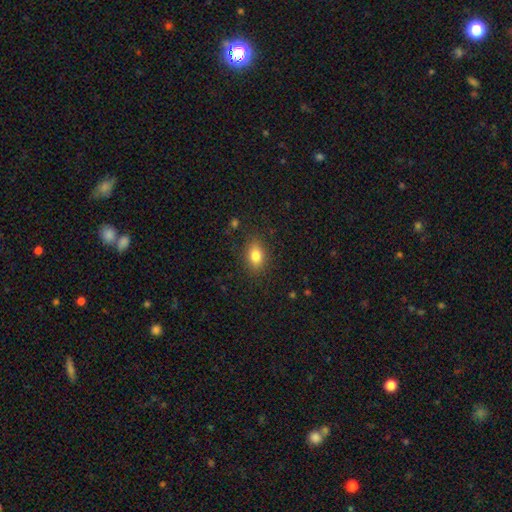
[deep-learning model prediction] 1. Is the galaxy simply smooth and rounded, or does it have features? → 82% smooth, 10% star or artifact, 8% featured or disk.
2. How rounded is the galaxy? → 77% in between, 21% round, 2% cigar-shaped.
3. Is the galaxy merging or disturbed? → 85% none, 10% minor disturbance, 3% major disturbance, 1% merger.